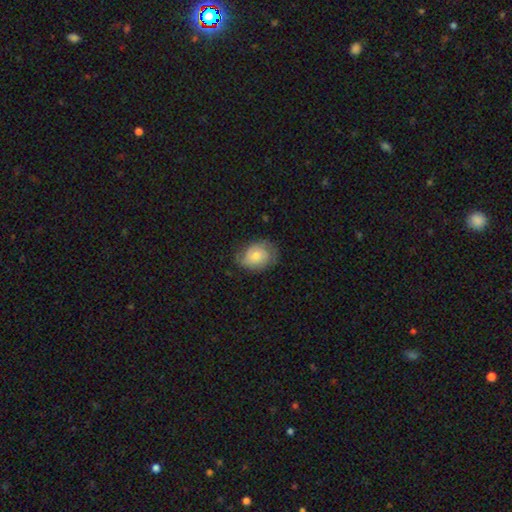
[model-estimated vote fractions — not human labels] Overall: featured or disk (50%; smooth 42%). Edge-on disk: no (96%). Merging: none (68%).